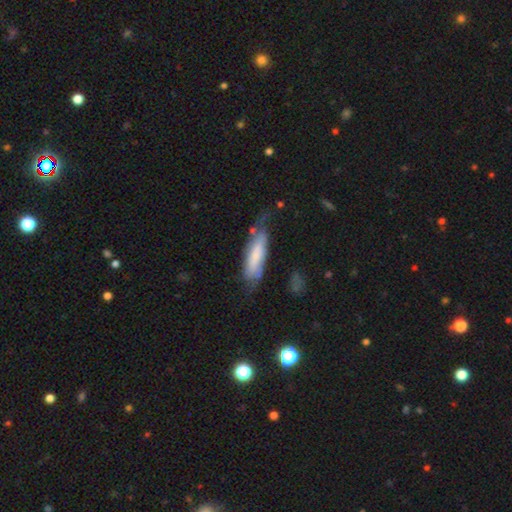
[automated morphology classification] smooth-or-featured: smooth: 53% | featured or disk: 40% | star or artifact: 7%
  how-rounded: in between: 50% | cigar-shaped: 49% | round: 2%
  merging: none: 47% | minor disturbance: 31% | major disturbance: 18% | merger: 4%